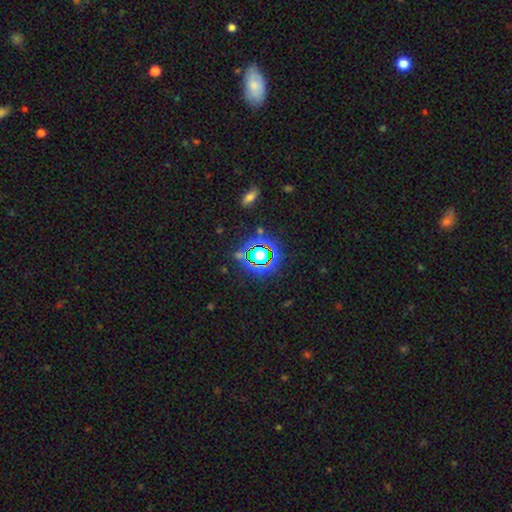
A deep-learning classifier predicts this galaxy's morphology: Smooth or featured? star or artifact (74%)